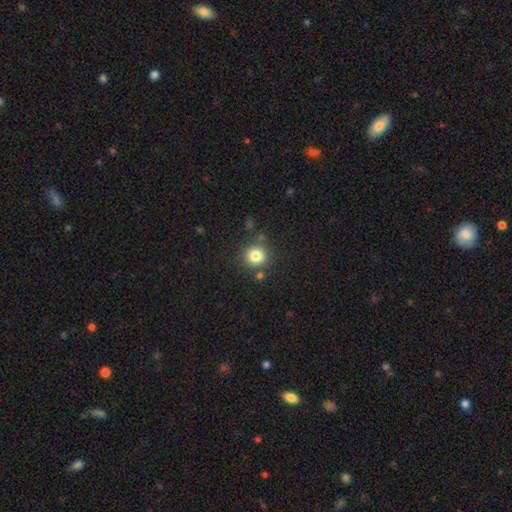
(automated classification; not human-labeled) A smooth galaxy with no disk features (81%) that is round (91%).

Vote fractions:
- Smooth or featured? smooth: 81% / star or artifact: 12% / featured or disk: 7%
- How rounded? round: 91% / in between: 8% / cigar-shaped: 1%
- Merging? none: 81% / minor disturbance: 10% / merger: 6% / major disturbance: 3%